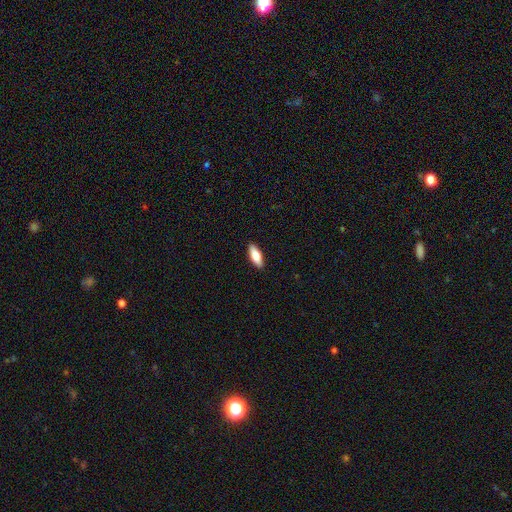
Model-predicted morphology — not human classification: A smooth galaxy with no disk features (74%) that is in between round and cigar-shaped (67%).

Vote fractions:
- Smooth or featured? smooth: 74% / featured or disk: 20% / star or artifact: 6%
- How rounded? in between: 67% / cigar-shaped: 30% / round: 2%
- Merging? none: 90% / minor disturbance: 7% / major disturbance: 2% / merger: 1%